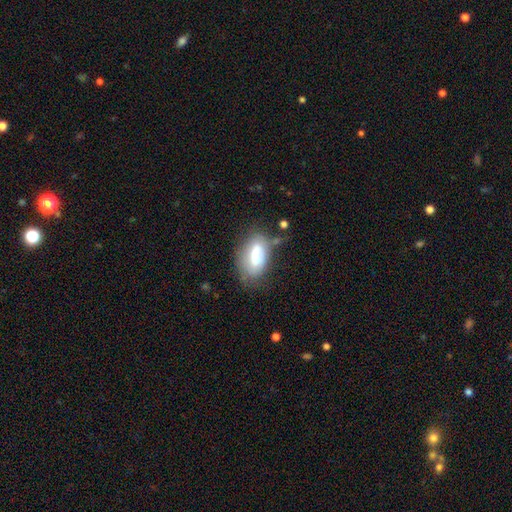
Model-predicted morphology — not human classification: A smooth galaxy with no disk features (56%) that is in between round and cigar-shaped (87%). Merging: none (48%).